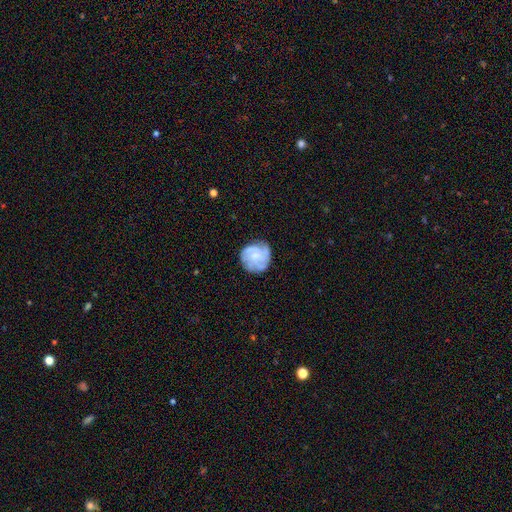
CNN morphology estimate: This is likely a featured or disk galaxy (65%). It is clearly not viewed edge-on (98%). Bar: likely no (74%). Spiral arm pattern: clearly yes (89%). Spiral arm count: marginally 3 (30%). Spiral winding: possibly tight (52%). Central bulge: possibly small (53%). Merging: likely none (74%).